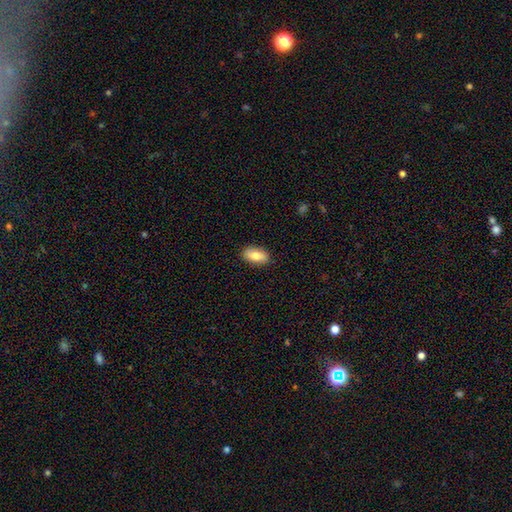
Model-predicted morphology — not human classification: This appears to be a smooth galaxy with no disk features (77%) that is in between round and cigar-shaped (90%). Merging: none (88%).